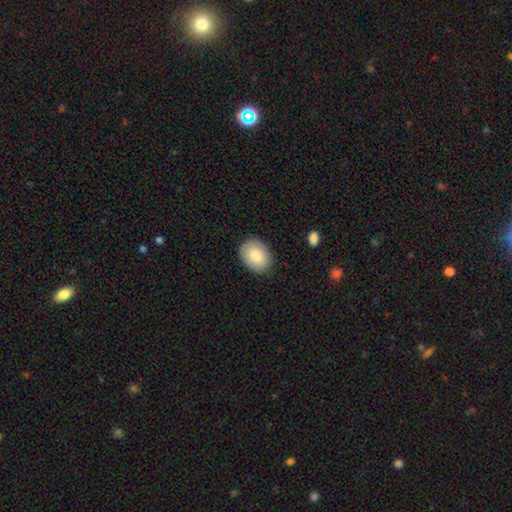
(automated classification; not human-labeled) This is clearly a smooth galaxy (85%). How rounded: likely in between (66%). Merging: clearly none (86%).